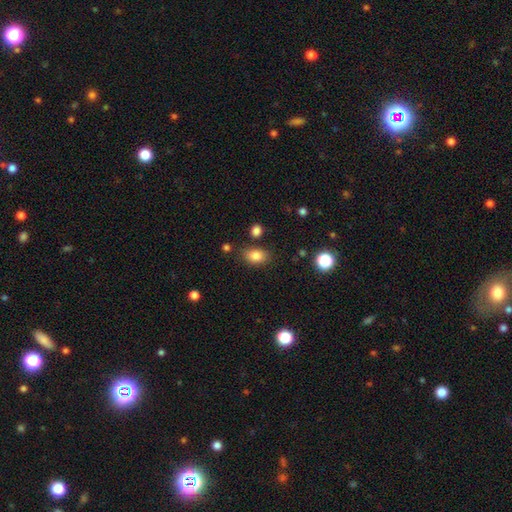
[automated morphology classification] This is clearly a smooth galaxy (83%). How rounded: likely in between (78%). Merging: likely none (78%).